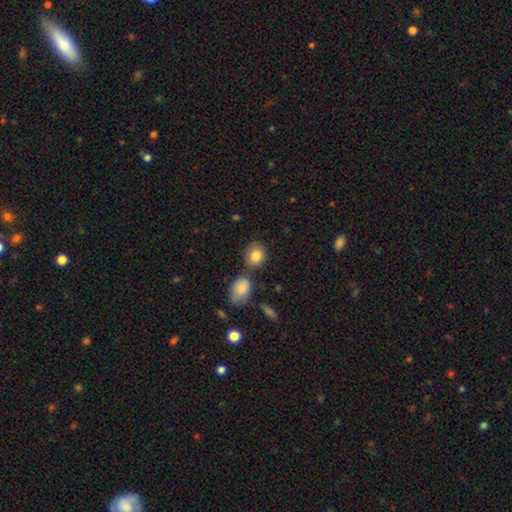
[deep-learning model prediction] Morphology: type=smooth (85%); roundness=round (51%); merging=none (63%).